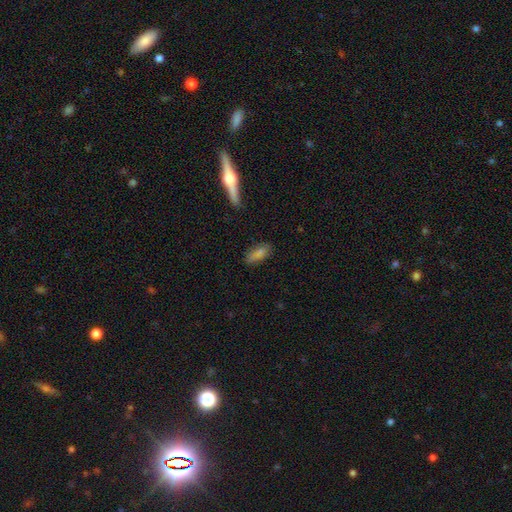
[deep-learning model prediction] Overall: smooth (71%). How rounded: in between (65%; cigar-shaped 32%). Merging: none (80%).